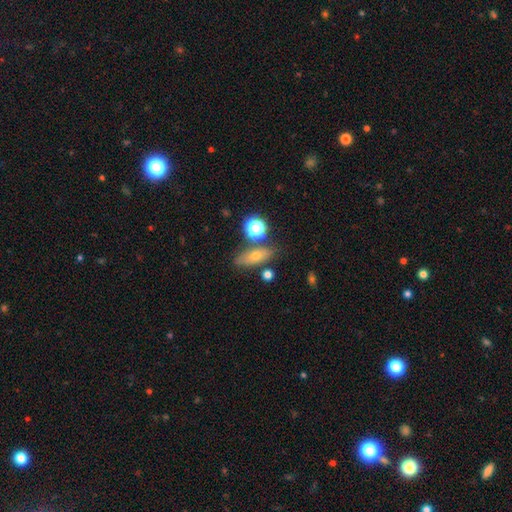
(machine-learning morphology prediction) Smooth or featured: smooth — 56% (featured or disk — 28%)
How rounded: in between — 55% (cigar-shaped — 31%)
Merging: none — 72% (minor disturbance — 13%)